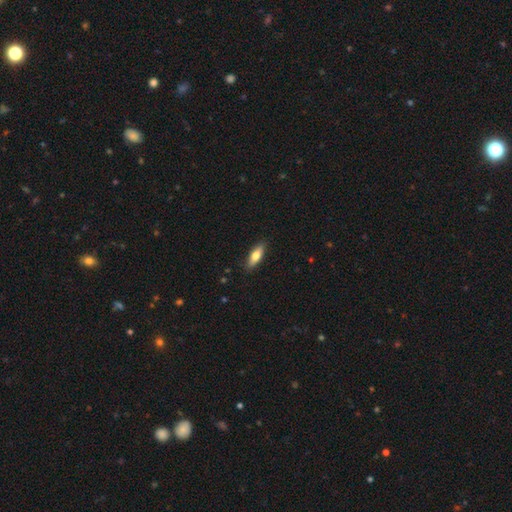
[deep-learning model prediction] Morphology: type=smooth (69%); roundness=in between (53%); merging=none (87%).